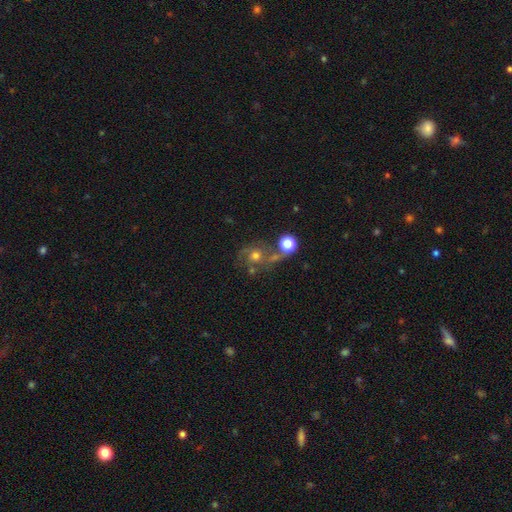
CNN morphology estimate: Smooth or featured? Predicted: featured or disk (p=0.53). Edge-on disk? Predicted: no (p=0.97). Bar? Predicted: no (p=0.77). Spiral arms? Predicted: yes (p=0.84). Bulge size? Predicted: moderate (p=0.61). Merging? Predicted: none (p=0.51).